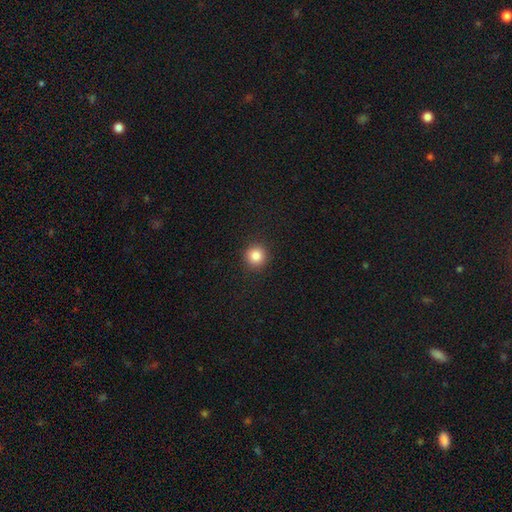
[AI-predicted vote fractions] A smooth galaxy with no disk features (85%) that is round (94%).

Vote fractions:
- Smooth or featured? smooth: 85% / star or artifact: 10% / featured or disk: 4%
- How rounded? round: 94% / in between: 5% / cigar-shaped: 1%
- Merging? none: 92% / minor disturbance: 5% / major disturbance: 2% / merger: 1%